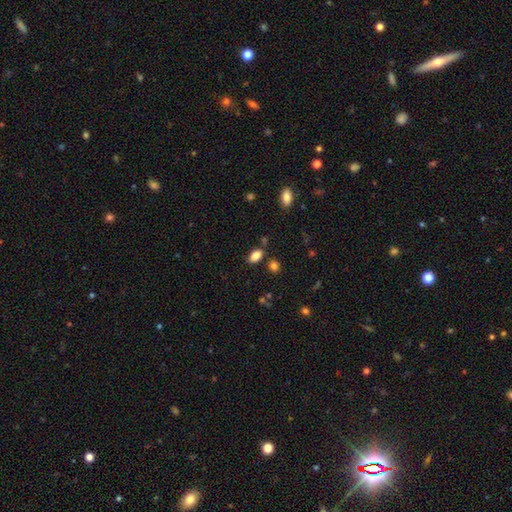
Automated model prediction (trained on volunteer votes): Overall: smooth (85%). How rounded: in between (90%). Merging: none (79%).